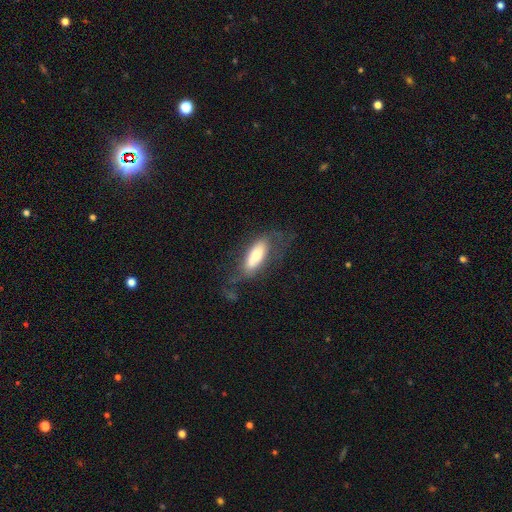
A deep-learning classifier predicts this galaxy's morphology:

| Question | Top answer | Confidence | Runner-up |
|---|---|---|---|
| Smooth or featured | smooth | 62% | featured or disk (32%) |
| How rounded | in between | 69% | cigar-shaped (29%) |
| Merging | none | 53% | minor disturbance (23%) |